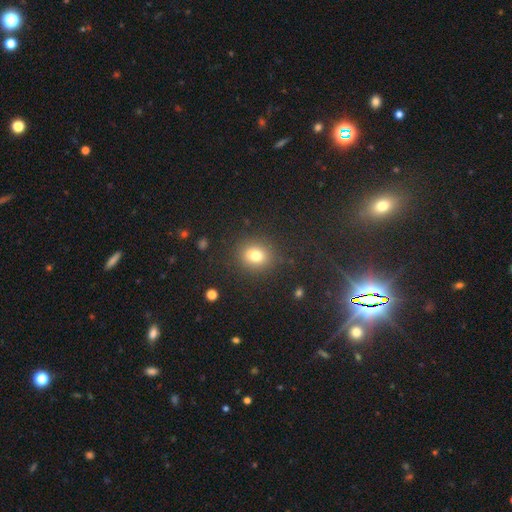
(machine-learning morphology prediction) A smooth galaxy with no disk features (76%) that is round (71%). Merging: none (84%).